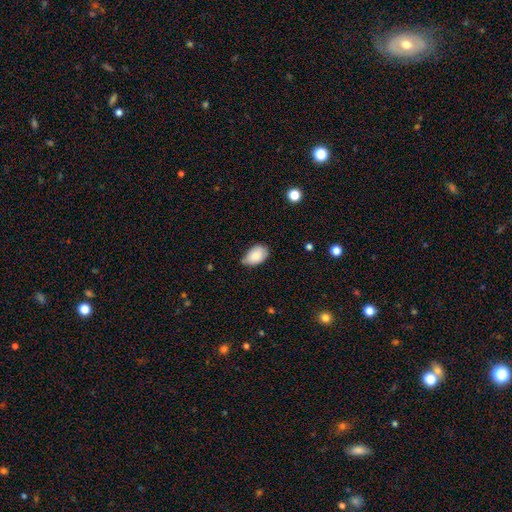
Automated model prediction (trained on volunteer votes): This appears to be a smooth galaxy with no disk features (85%) that is in between round and cigar-shaped (90%). Merging: none (62%).